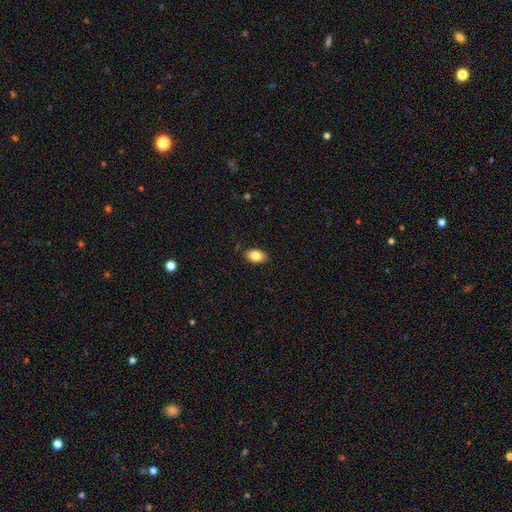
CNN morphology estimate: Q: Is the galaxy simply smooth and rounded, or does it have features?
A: smooth — 84%.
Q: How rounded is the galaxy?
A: in between — 90%.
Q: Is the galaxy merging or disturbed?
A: none — 86%.